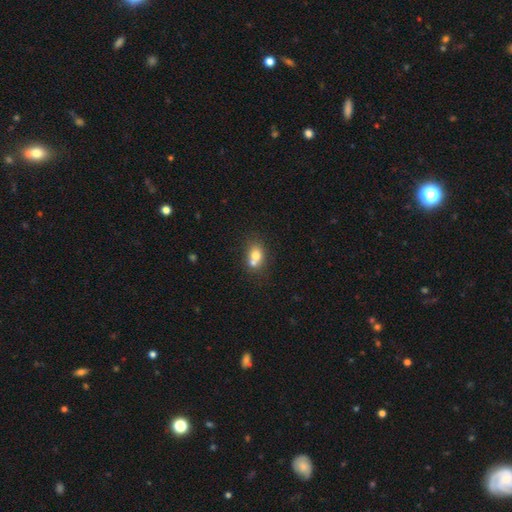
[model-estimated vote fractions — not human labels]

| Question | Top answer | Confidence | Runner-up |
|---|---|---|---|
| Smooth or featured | smooth | 71% | featured or disk (18%) |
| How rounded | in between | 52% | round (47%) |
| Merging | merger | 50% | none (38%) |